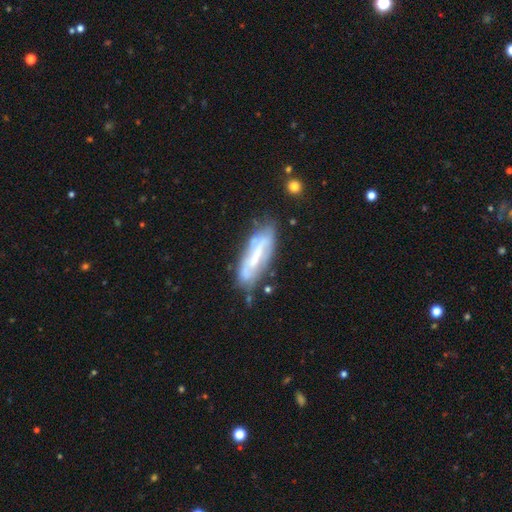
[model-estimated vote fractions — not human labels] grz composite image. It shows a featured or disk galaxy (63%). Merging: none (63%).